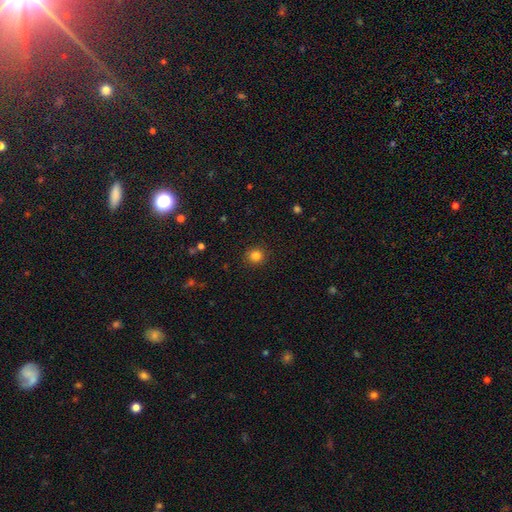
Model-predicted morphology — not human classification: Q: Smooth or featured?
A: smooth (83%); runner-up: star or artifact (12%)
Q: How rounded?
A: round (90%); runner-up: in between (9%)
Q: Merging?
A: none (91%); runner-up: minor disturbance (6%)